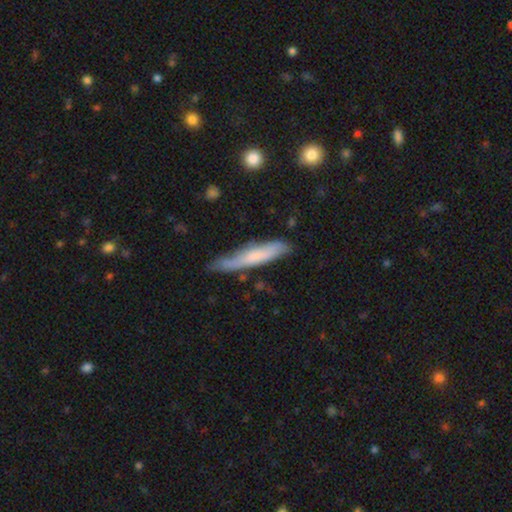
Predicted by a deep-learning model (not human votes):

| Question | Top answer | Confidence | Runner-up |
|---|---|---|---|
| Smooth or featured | smooth | 60% | featured or disk (34%) |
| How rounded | cigar-shaped | 88% | in between (10%) |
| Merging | none | 64% | minor disturbance (27%) |